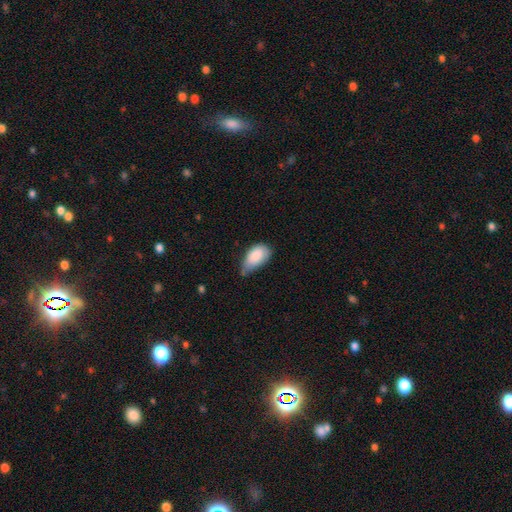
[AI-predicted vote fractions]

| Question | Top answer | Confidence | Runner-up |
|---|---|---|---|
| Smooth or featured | smooth | 85% | featured or disk (8%) |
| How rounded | in between | 94% | round (4%) |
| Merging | minor disturbance | 54% | none (30%) |